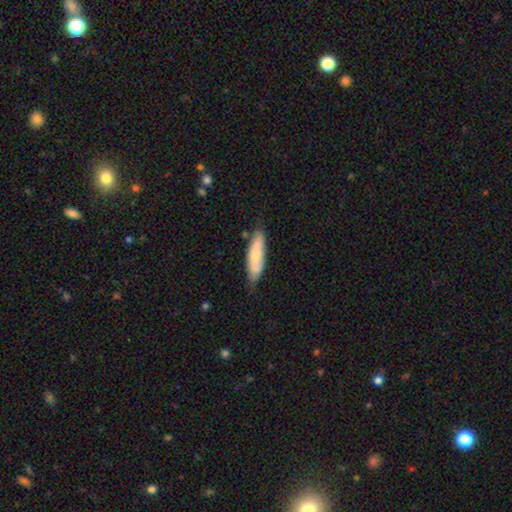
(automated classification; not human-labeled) Smooth or featured?
  - smooth: 69% *
  - featured or disk: 25%
  - star or artifact: 6%
How rounded?
  - cigar-shaped: 62% *
  - in between: 37%
  - round: 2%
Merging?
  - none: 66% *
  - minor disturbance: 26%
  - major disturbance: 5%
  - merger: 3%